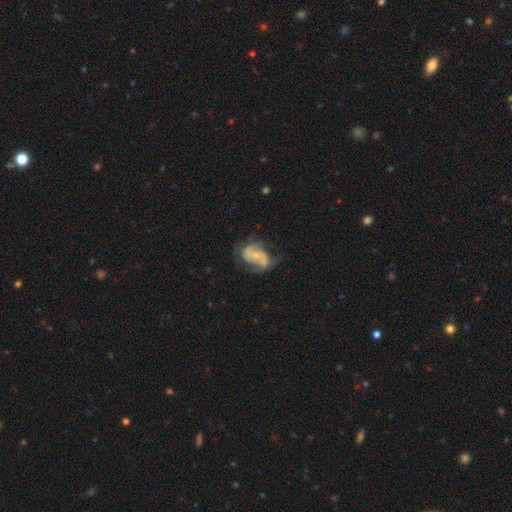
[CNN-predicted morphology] Smooth or featured?
  - featured or disk: 78% *
  - smooth: 15%
  - star or artifact: 6%
Edge-on disk?
  - no: 98% *
  - yes: 2%
Bar?
  - no: 56% *
  - weak: 35%
  - strong: 10%
Spiral arms?
  - yes: 91% *
  - no: 9%
Spiral winding?
  - medium: 49% *
  - tight: 28%
  - loose: 23%
Spiral arm count?
  - 2: 74% *
  - can't tell: 11%
  - 3: 8%
  - 1: 3%
  - 4: 2%
  - more than 4: 2%
Bulge size?
  - small: 61% *
  - moderate: 31%
  - none: 5%
  - large: 2%
  - dominant: 1%
Merging?
  - none: 54% *
  - minor disturbance: 25%
  - major disturbance: 18%
  - merger: 3%